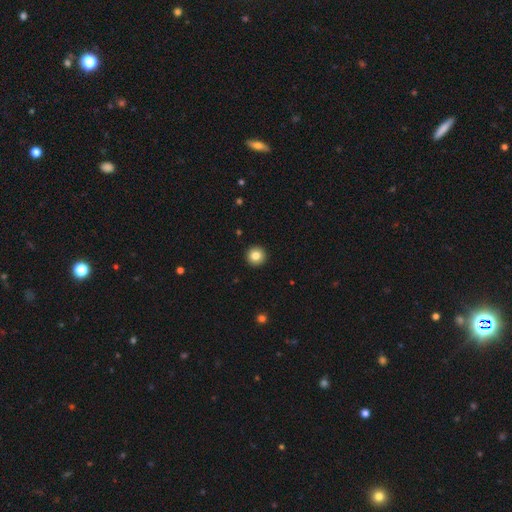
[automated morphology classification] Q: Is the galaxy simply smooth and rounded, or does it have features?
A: smooth — 84%.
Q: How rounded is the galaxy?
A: round — 96%.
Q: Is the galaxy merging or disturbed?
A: none — 94%.